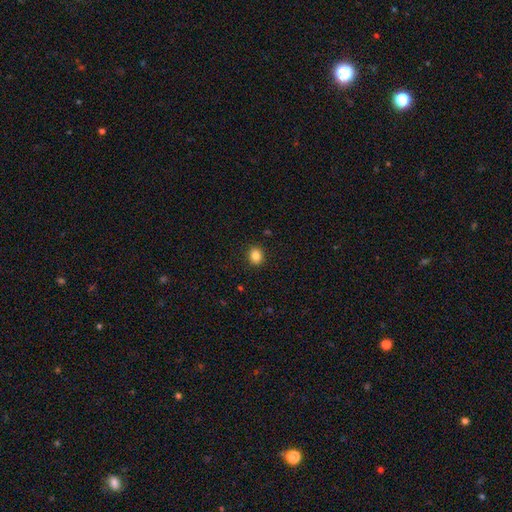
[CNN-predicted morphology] A smooth galaxy with no disk features (85%) that is round (65%). Merging: none (91%).